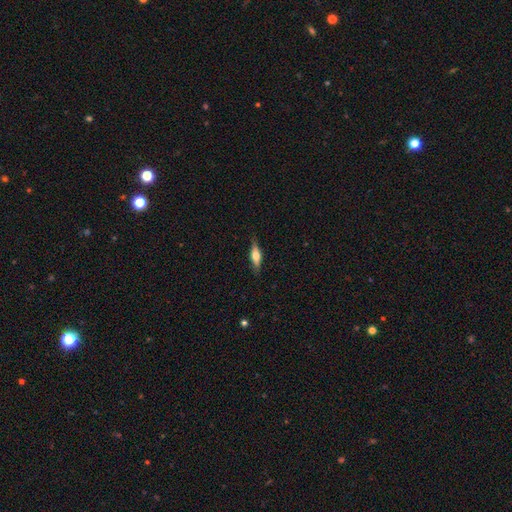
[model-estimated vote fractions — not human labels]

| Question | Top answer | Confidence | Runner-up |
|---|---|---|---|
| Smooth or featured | featured or disk | 51% | smooth (42%) |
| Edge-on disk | yes | 93% | no (7%) |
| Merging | none | 85% | minor disturbance (12%) |